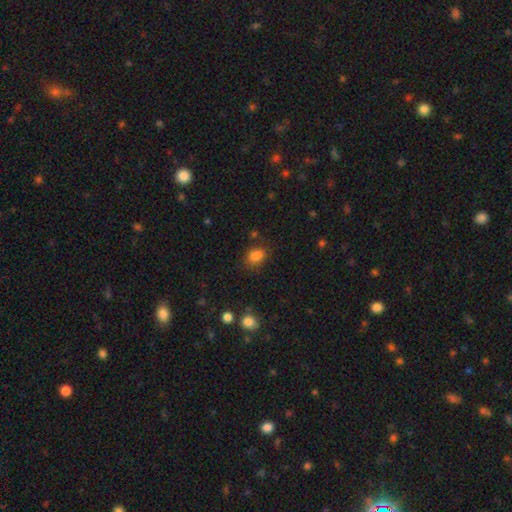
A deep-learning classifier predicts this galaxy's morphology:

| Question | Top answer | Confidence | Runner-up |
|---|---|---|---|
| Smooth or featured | smooth | 75% | star or artifact (15%) |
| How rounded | in between | 52% | round (47%) |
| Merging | none | 50% | merger (28%) |